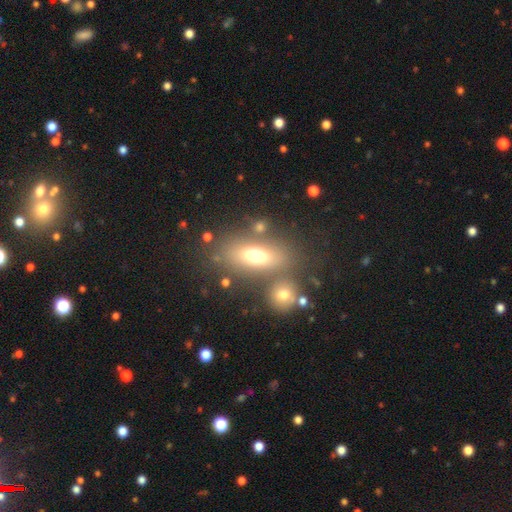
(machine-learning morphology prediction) Q: Smooth or featured?
A: smooth (66%); runner-up: featured or disk (23%)
Q: How rounded?
A: in between (74%); runner-up: cigar-shaped (19%)
Q: Merging?
A: none (66%); runner-up: merger (16%)